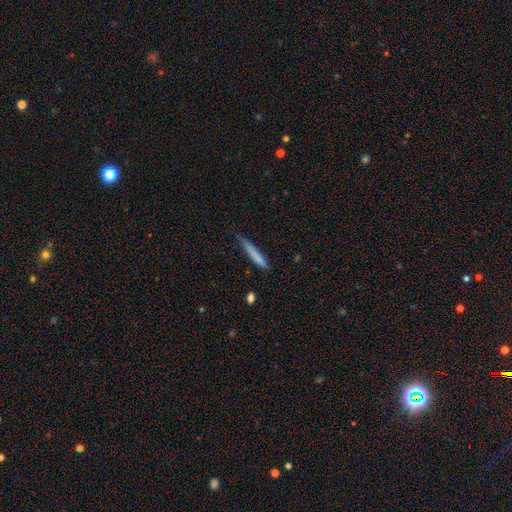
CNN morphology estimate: Smooth or featured? smooth (75%)
How rounded? cigar-shaped (94%)
Merging? none (66%)